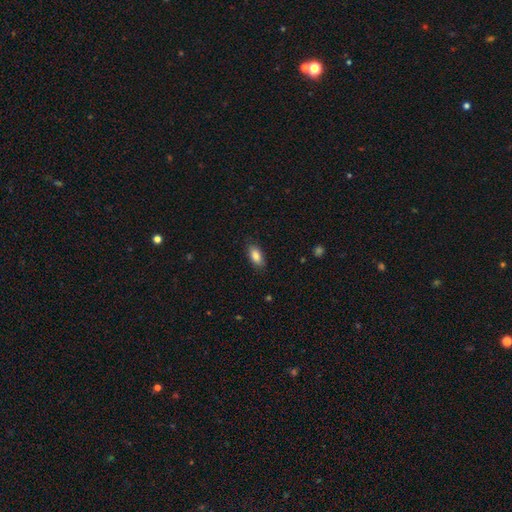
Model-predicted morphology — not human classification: The model was most divided on "merging": none: 85%, minor disturbance: 12%, major disturbance: 3%, merger: 1%. More confident: how rounded — in between (88%); smooth or featured — smooth (85%).